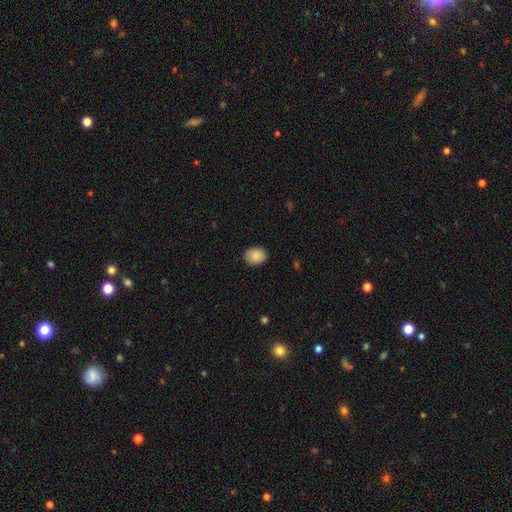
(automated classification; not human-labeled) Smooth or featured? Predicted: smooth (p=0.88). How rounded? Predicted: in between (p=0.59). Merging? Predicted: none (p=0.88).